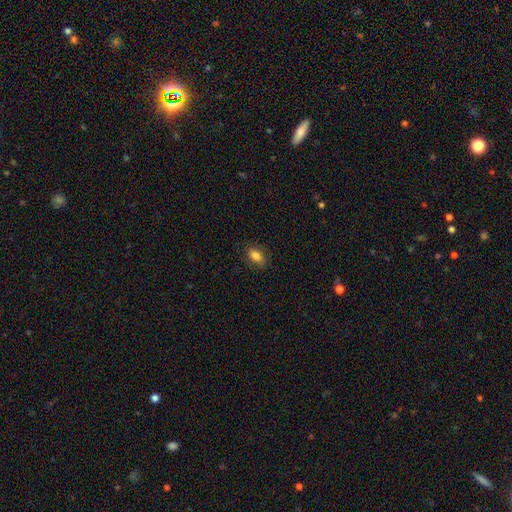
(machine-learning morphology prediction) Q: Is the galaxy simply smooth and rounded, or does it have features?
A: smooth — 85%.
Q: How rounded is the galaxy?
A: in between — 87%.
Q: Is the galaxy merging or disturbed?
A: none — 86%.